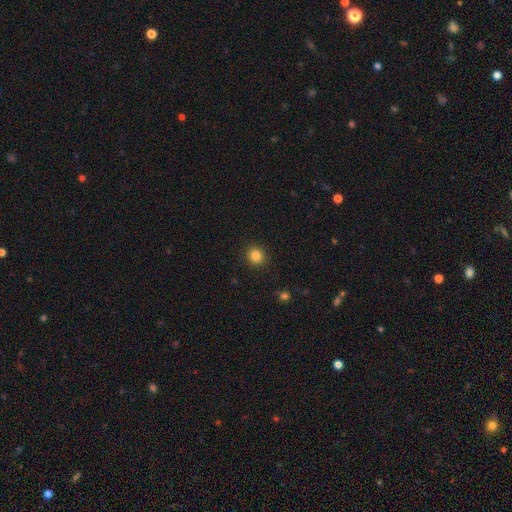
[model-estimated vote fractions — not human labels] Smooth or featured?
  - smooth: 84% *
  - star or artifact: 12%
  - featured or disk: 4%
How rounded?
  - round: 89% *
  - in between: 10%
  - cigar-shaped: 1%
Merging?
  - none: 91% *
  - minor disturbance: 6%
  - major disturbance: 2%
  - merger: 1%